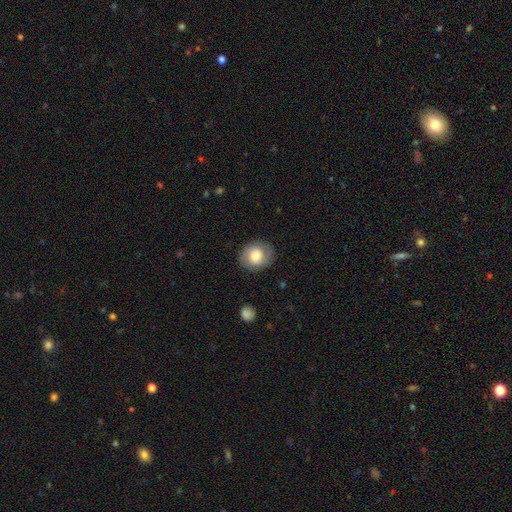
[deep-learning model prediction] smooth-or-featured: smooth: 66% | featured or disk: 27% | star or artifact: 8%
  how-rounded: round: 70% | in between: 30% | cigar-shaped: 1%
  merging: none: 81% | minor disturbance: 13% | major disturbance: 5% | merger: 1%